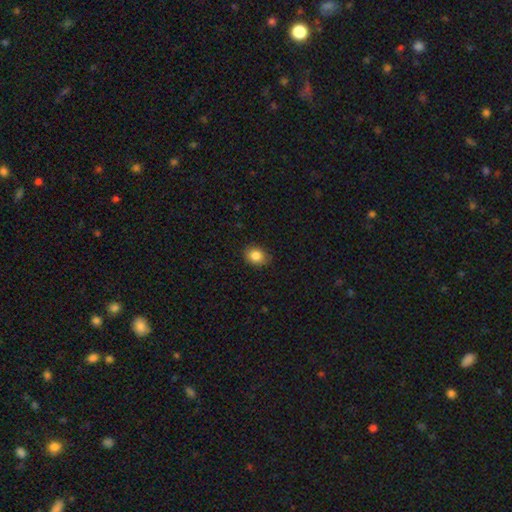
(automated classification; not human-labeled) smooth 85%, star or artifact 9%, featured or disk 6%. Down the decision tree: how rounded — round (51%); merging — none (82%).